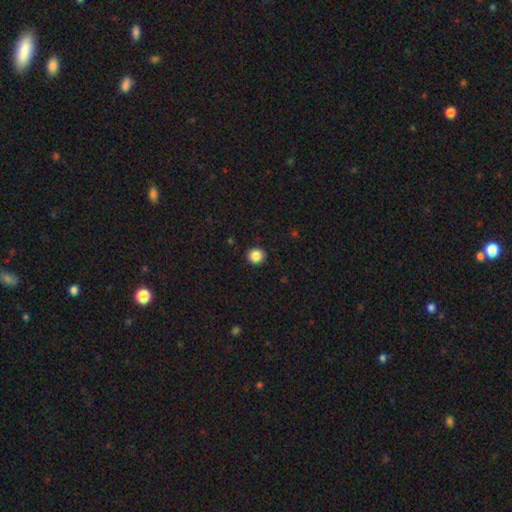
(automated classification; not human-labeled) Smooth or featured? smooth (87%)
How rounded? round (94%)
Merging? none (93%)